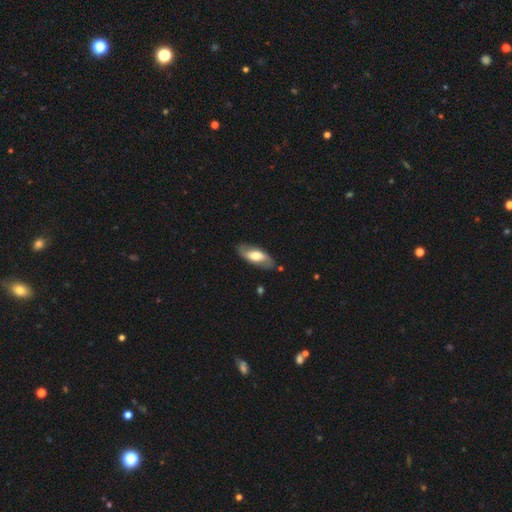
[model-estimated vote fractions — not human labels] smooth-or-featured: featured or disk: 55% | smooth: 39% | star or artifact: 6%
  disk-edge-on: no: 84% | yes: 16%
  merging: none: 81% | minor disturbance: 14% | major disturbance: 4% | merger: 2%